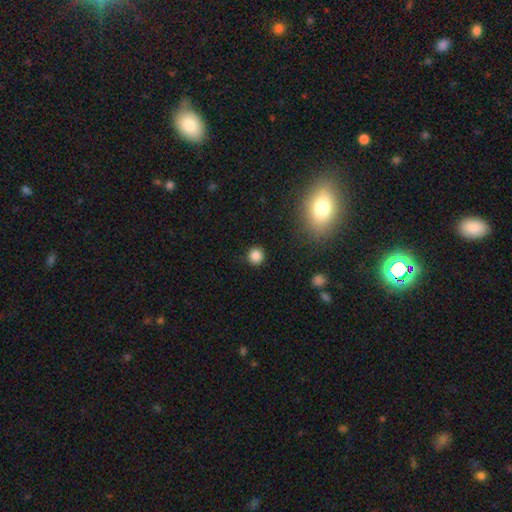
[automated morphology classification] Smooth or featured? Predicted: smooth (p=0.85). How rounded? Predicted: round (p=0.93). Merging? Predicted: none (p=0.90).